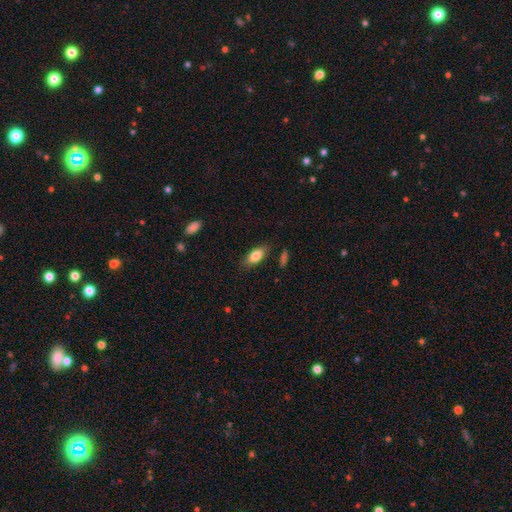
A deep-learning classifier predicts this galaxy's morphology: type=smooth (79%); roundness=in between (83%); merging=none (82%).